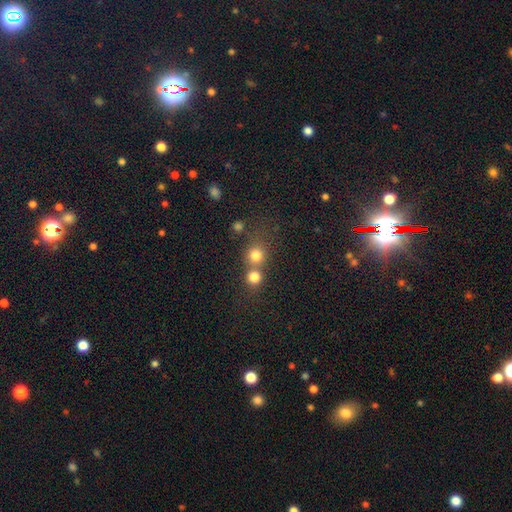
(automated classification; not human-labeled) The model was most divided on "merging": none: 46%, merger: 44%, minor disturbance: 6%, major disturbance: 3%. More confident: how rounded — round (88%); smooth or featured — smooth (77%).